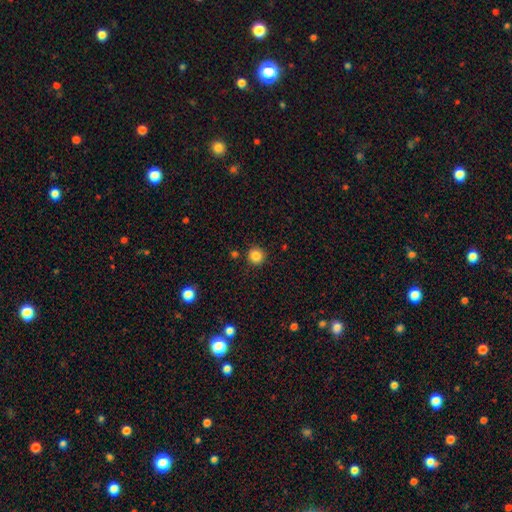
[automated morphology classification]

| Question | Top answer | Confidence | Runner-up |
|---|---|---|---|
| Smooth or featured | smooth | 85% | star or artifact (11%) |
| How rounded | round | 93% | in between (6%) |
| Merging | none | 89% | minor disturbance (6%) |